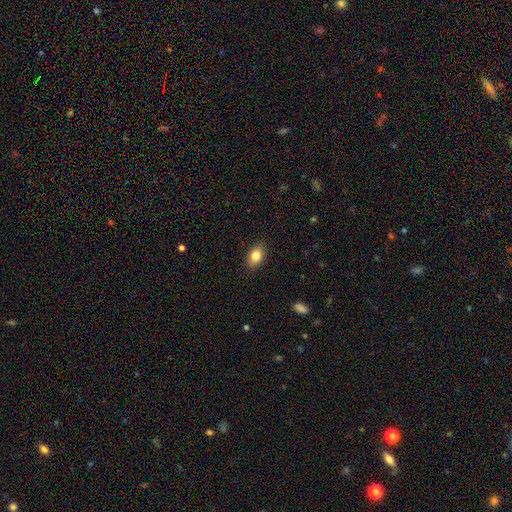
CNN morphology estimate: Q: Smooth or featured?
A: smooth (84%); runner-up: star or artifact (8%)
Q: How rounded?
A: in between (83%); runner-up: round (15%)
Q: Merging?
A: none (87%); runner-up: minor disturbance (9%)